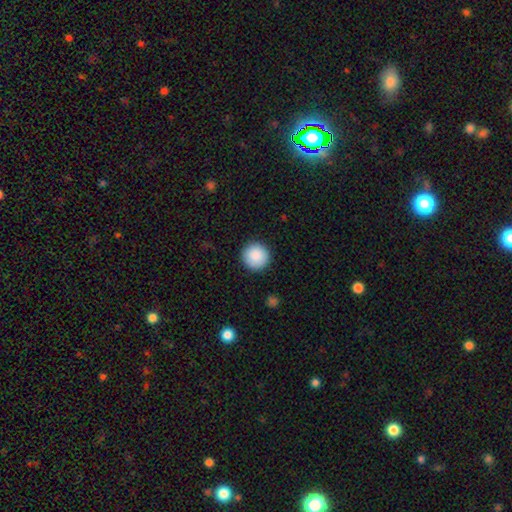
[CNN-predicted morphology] Q: Smooth or featured?
A: smooth (89%); runner-up: star or artifact (7%)
Q: How rounded?
A: round (96%); runner-up: in between (3%)
Q: Merging?
A: none (92%); runner-up: minor disturbance (5%)